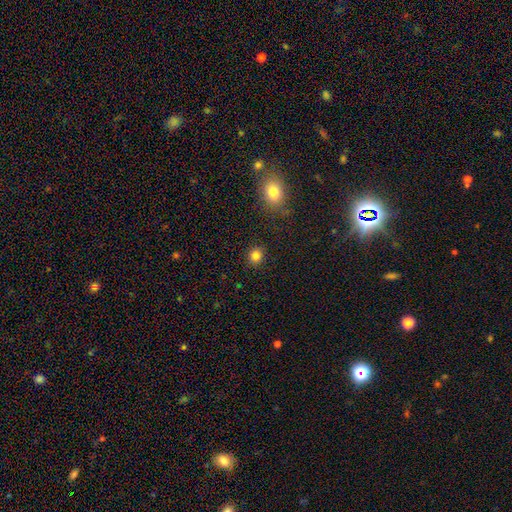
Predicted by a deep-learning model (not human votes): Smooth or featured? smooth (83%)
How rounded? round (77%)
Merging? none (89%)